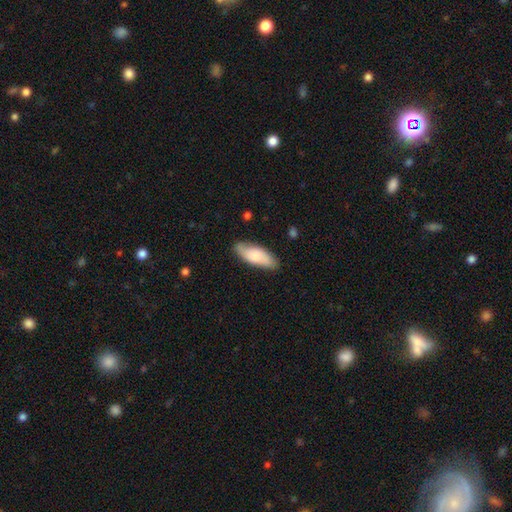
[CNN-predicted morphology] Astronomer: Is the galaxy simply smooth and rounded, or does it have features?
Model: smooth — 75%.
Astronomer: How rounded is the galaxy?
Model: in between — 73%.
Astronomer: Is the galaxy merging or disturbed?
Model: none — 81%.